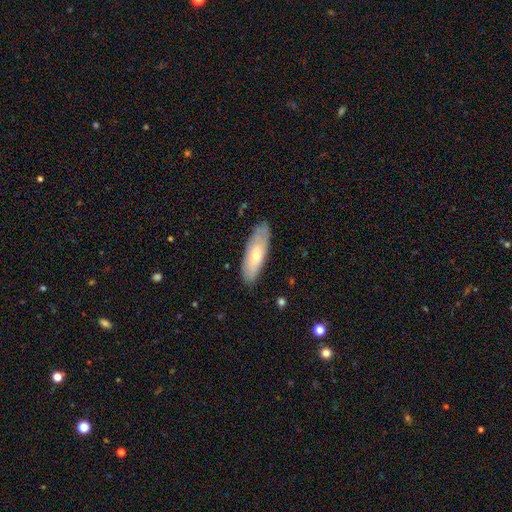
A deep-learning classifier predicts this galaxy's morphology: smooth 62%, featured or disk 33%, star or artifact 6%. Down the decision tree: how rounded — in between (60%); merging — none (81%).